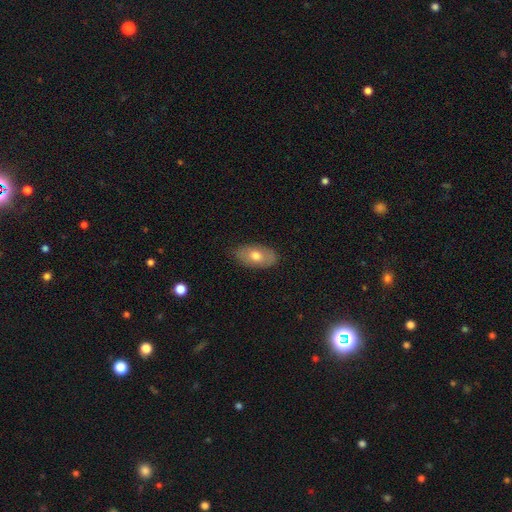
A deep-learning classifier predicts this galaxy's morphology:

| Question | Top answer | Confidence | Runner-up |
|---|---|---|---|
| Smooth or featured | smooth | 67% | featured or disk (26%) |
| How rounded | in between | 92% | round (5%) |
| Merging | none | 80% | minor disturbance (16%) |